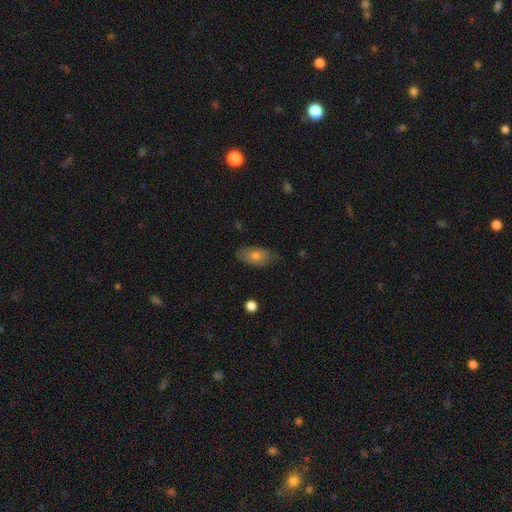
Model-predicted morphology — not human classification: This is likely a smooth galaxy (70%). How rounded: clearly in between (89%). Merging: likely none (75%).